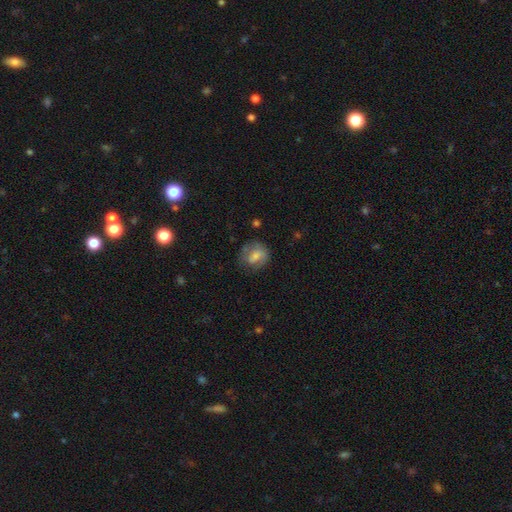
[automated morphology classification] This is likely a smooth galaxy (65%). How rounded: likely round (61%). Merging: likely none (65%).